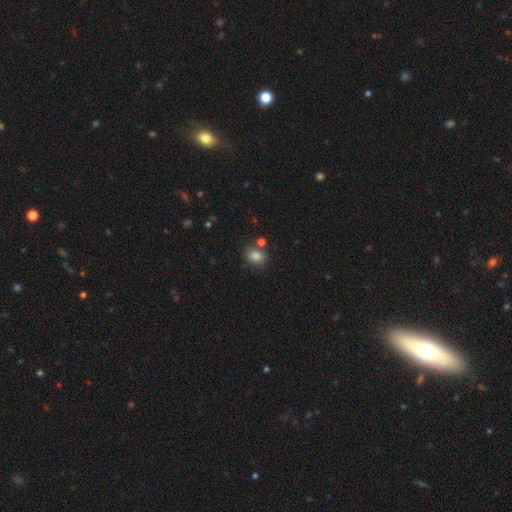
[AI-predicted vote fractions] smooth_or_featured: smooth (p=0.83) [alt: star or artifact p=0.11]
how_rounded: in between (p=0.52) [alt: round p=0.47]
merging: none (p=0.71) [alt: merger p=0.13]